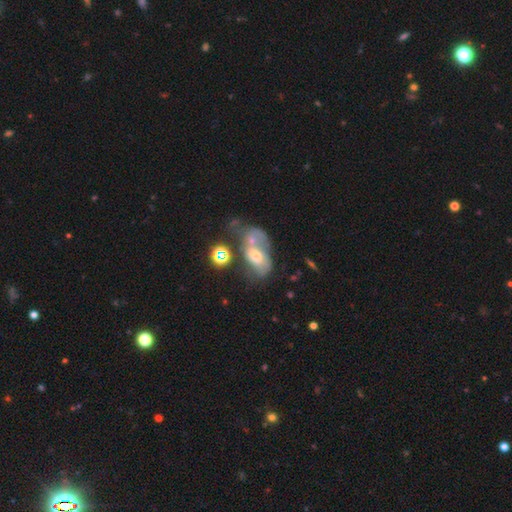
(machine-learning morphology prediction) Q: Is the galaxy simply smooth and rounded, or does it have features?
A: featured or disk — 44%.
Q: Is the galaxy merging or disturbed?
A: merger — 48%.